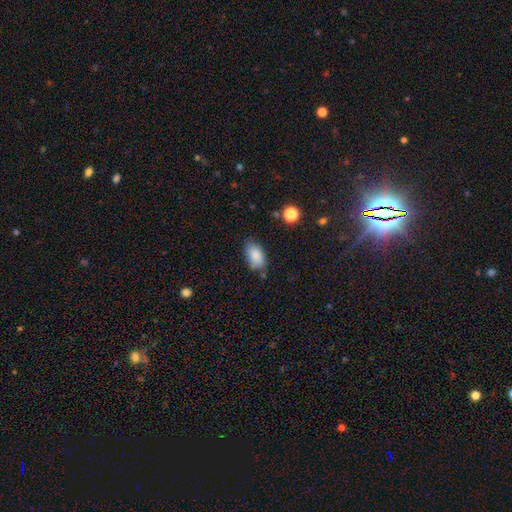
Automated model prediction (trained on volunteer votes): Morphology: type=smooth (87%); roundness=in between (93%); merging=none (74%).